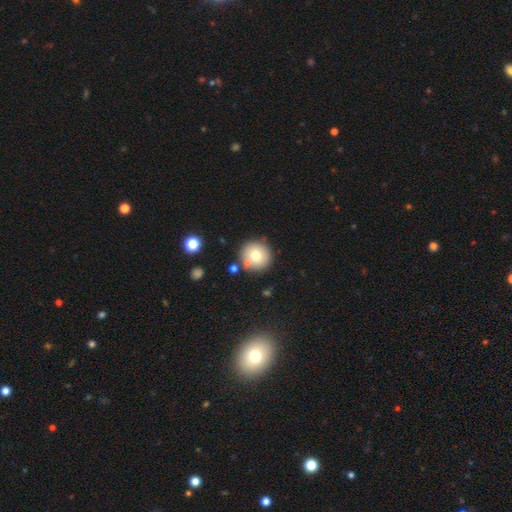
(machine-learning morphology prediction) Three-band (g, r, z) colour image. It shows a smooth galaxy with no disk features (72%) that is round (94%). Merging: none (78%).